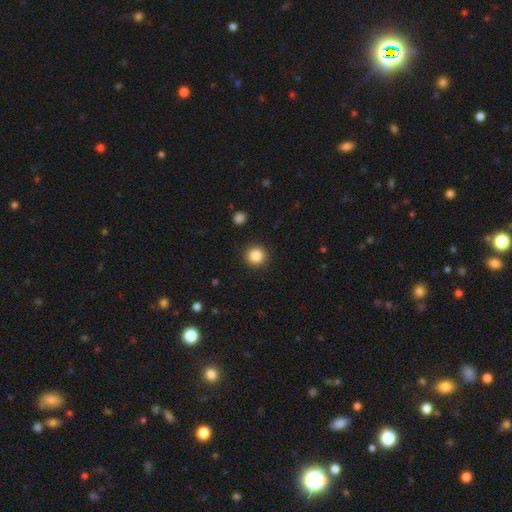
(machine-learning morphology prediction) Smooth or featured? smooth (86%)
How rounded? round (94%)
Merging? none (91%)